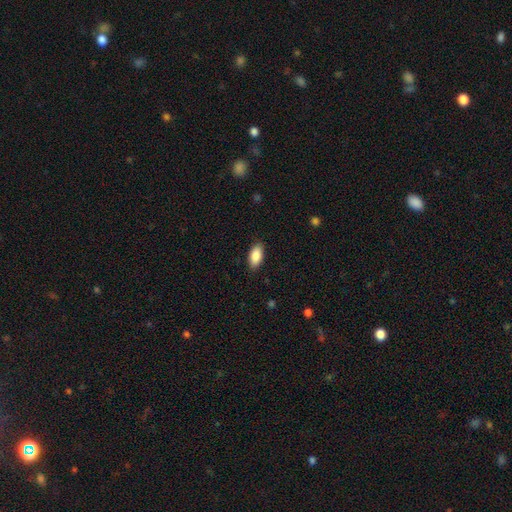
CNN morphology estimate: smooth-or-featured: smooth: 89% | star or artifact: 6% | featured or disk: 5%
  how-rounded: in between: 92% | cigar-shaped: 6% | round: 2%
  merging: none: 88% | minor disturbance: 9% | major disturbance: 2% | merger: 1%